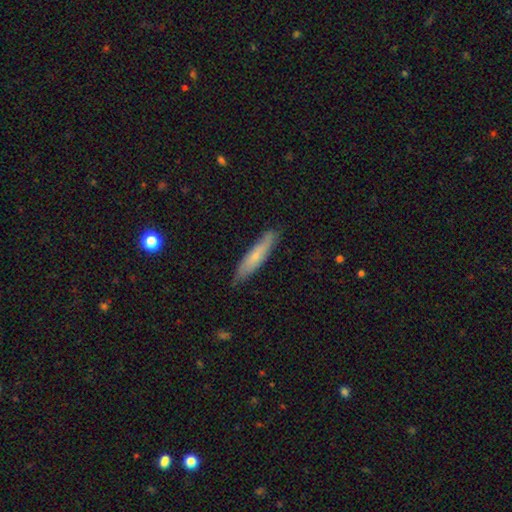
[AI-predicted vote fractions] A smooth galaxy with no disk features (61%) that is cigar-shaped (85%).

Vote fractions:
- Smooth or featured? smooth: 61% / featured or disk: 33% / star or artifact: 6%
- How rounded? cigar-shaped: 85% / in between: 13% / round: 2%
- Merging? none: 82% / minor disturbance: 15% / major disturbance: 2% / merger: 1%